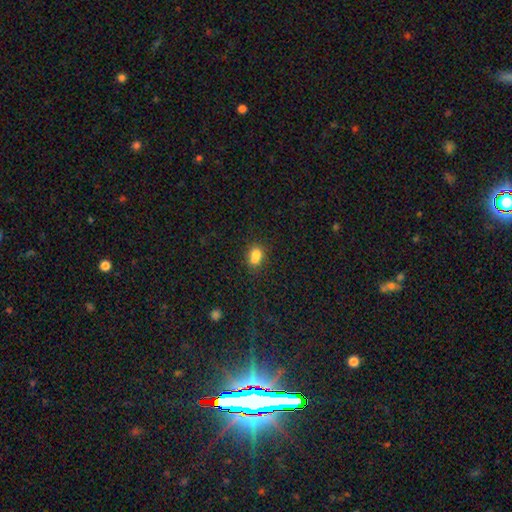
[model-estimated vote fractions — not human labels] smooth 75%, star or artifact 13%, featured or disk 12%. Down the decision tree: how rounded — round (49%, tied with in between); merging — merger (43%).